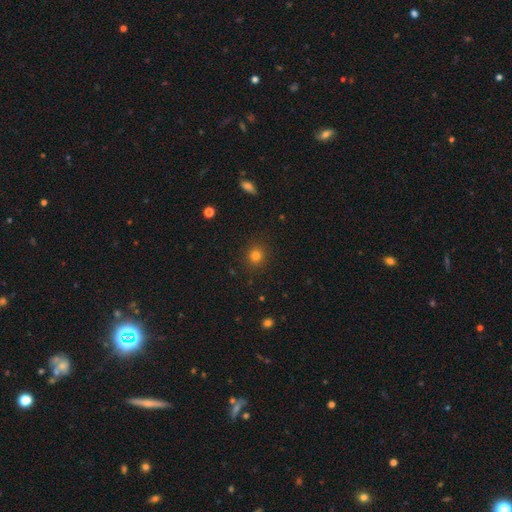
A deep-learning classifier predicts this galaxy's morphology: smooth_or_featured: smooth (p=0.82) [alt: star or artifact p=0.13]
how_rounded: round (p=0.89) [alt: in between p=0.10]
merging: none (p=0.90) [alt: minor disturbance p=0.06]